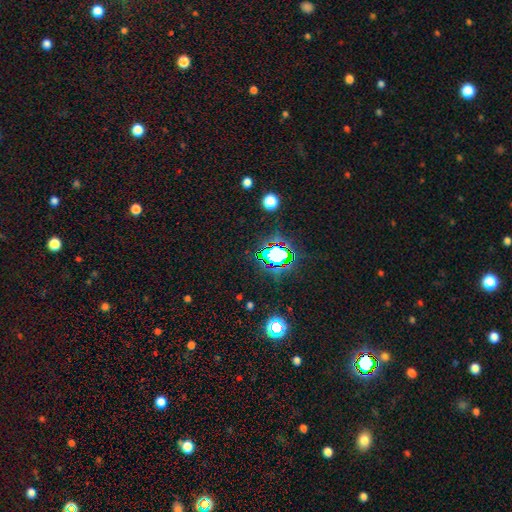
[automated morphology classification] Smooth or featured? star or artifact (82%)